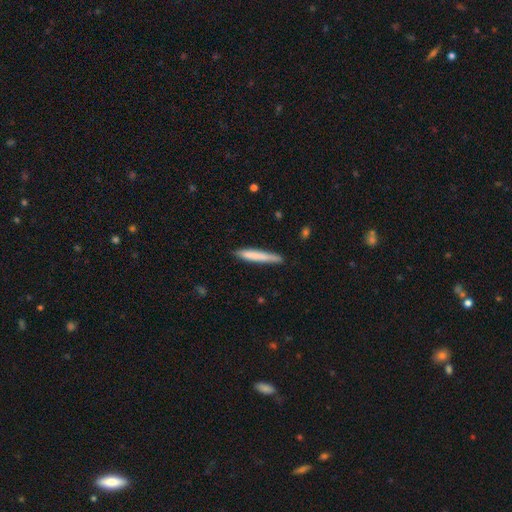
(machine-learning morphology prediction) Overall: smooth (75%). How rounded: cigar-shaped (94%). Merging: none (83%).